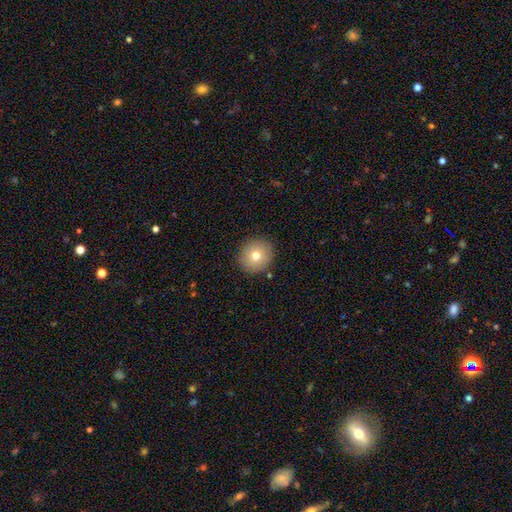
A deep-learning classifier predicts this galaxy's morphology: smooth-or-featured: smooth: 75% | featured or disk: 14% | star or artifact: 11%
  how-rounded: round: 93% | in between: 6% | cigar-shaped: 1%
  merging: none: 90% | minor disturbance: 6% | major disturbance: 2% | merger: 1%